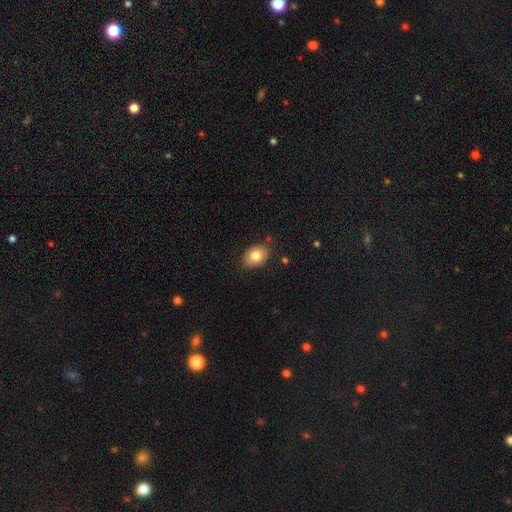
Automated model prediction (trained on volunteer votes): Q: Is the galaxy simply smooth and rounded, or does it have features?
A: smooth — 82%.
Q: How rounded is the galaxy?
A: in between — 72%.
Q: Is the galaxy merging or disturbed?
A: none — 83%.